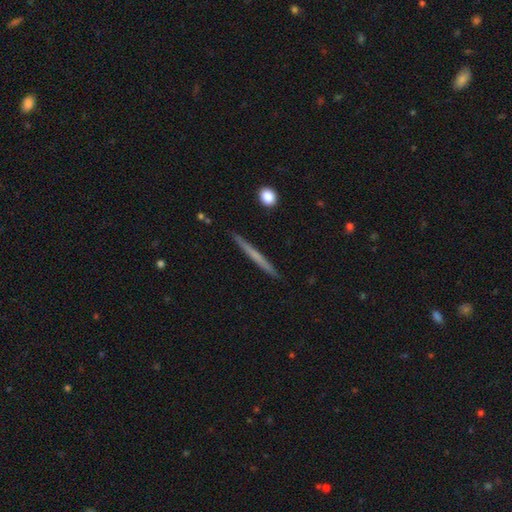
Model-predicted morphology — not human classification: A smooth galaxy with no disk features (48%). Merging: none (92%).